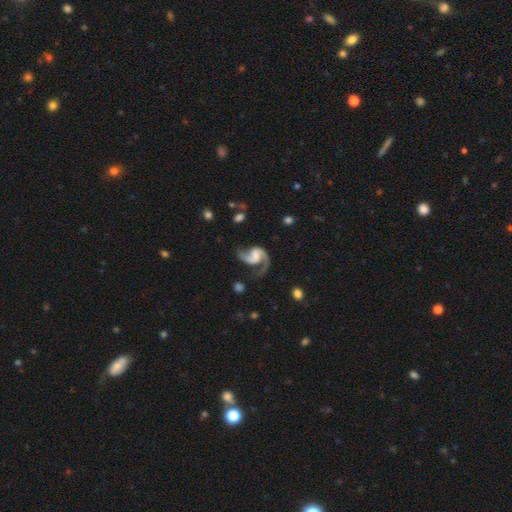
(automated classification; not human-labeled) Smooth or featured? featured or disk (91%)
Edge-on disk? no (98%)
Bar? weak (46%)
Spiral arms? yes (98%)
Spiral winding? medium (49%)
Spiral arm count? 2 (89%)
Bulge size? small (34%)
Merging? none (64%)